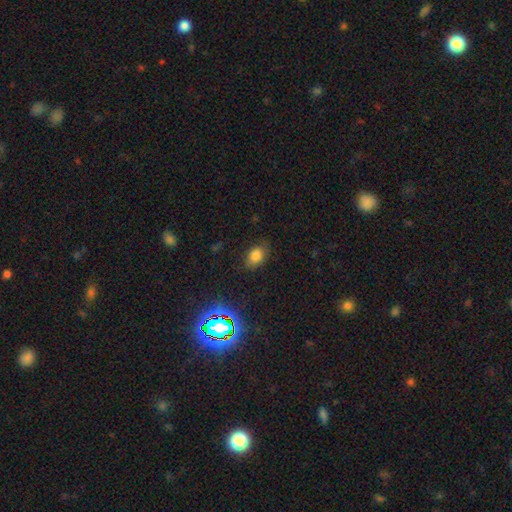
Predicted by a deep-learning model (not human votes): smooth_or_featured: smooth (p=0.77) [alt: star or artifact p=0.15]
how_rounded: in between (p=0.76) [alt: round p=0.22]
merging: none (p=0.78) [alt: minor disturbance p=0.16]